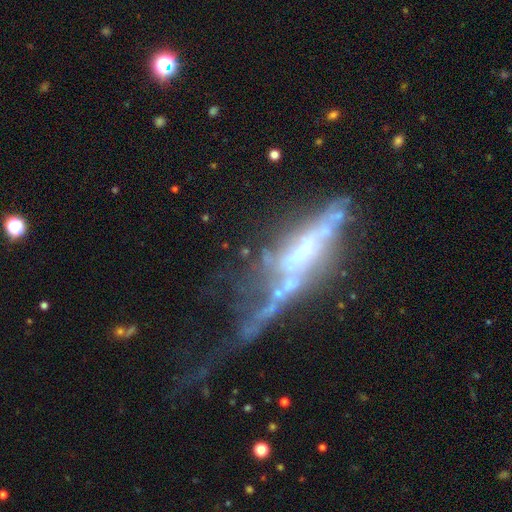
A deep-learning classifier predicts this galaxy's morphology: Overall: featured or disk (74%). Edge-on disk: yes (64%; no 36%). Merging: major disturbance (44%; none 24%).